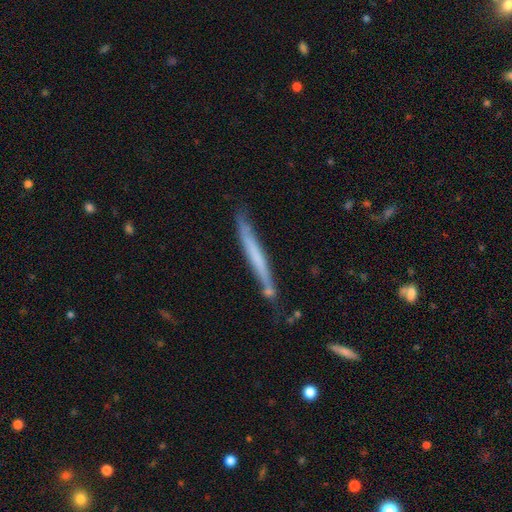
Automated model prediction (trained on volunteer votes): The model was most divided on "smooth or featured" (2-way tie): featured or disk: 47%, smooth: 47%, star or artifact: 6%. More confident: merging — none (71%).